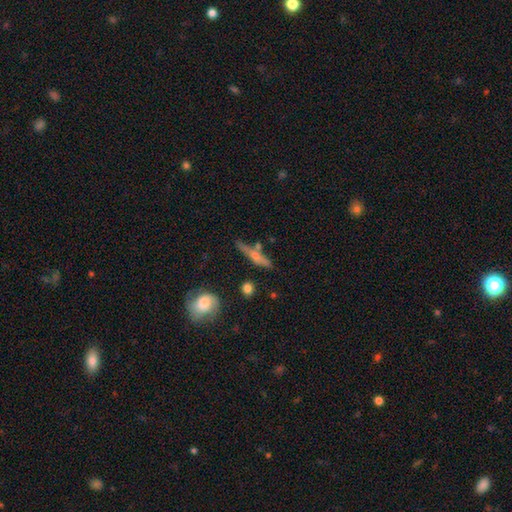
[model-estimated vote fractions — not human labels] Morphology: type=featured or disk (60%); edge-on=yes (92%); edge-on bulge=rounded (83%); merging=none (72%).